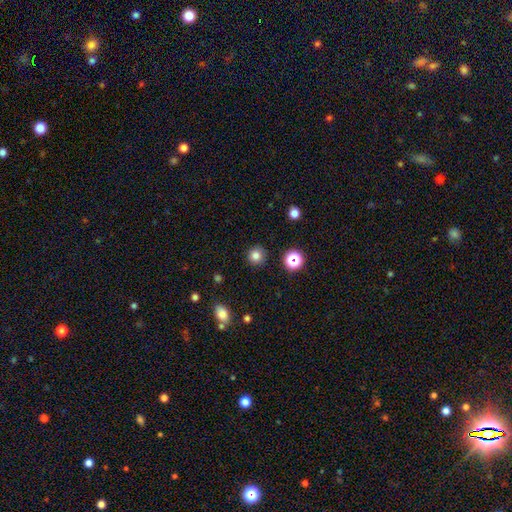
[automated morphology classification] Smooth or featured? smooth (81%)
How rounded? round (93%)
Merging? none (90%)